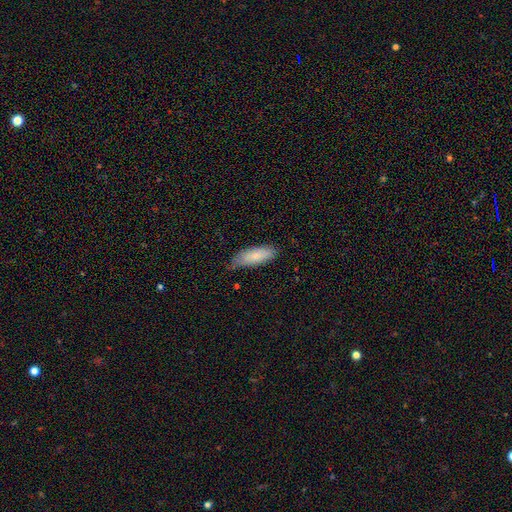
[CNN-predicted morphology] Smooth or featured?
  - smooth: 79% *
  - featured or disk: 15%
  - star or artifact: 6%
How rounded?
  - in between: 69% *
  - cigar-shaped: 30%
  - round: 2%
Merging?
  - none: 69% *
  - minor disturbance: 26%
  - major disturbance: 4%
  - merger: 1%